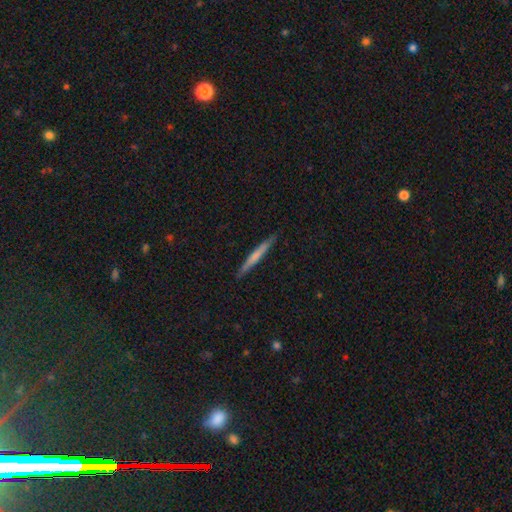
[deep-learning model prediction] Smooth or featured?
  - smooth: 58% *
  - featured or disk: 37%
  - star or artifact: 5%
How rounded?
  - cigar-shaped: 96% *
  - in between: 2%
  - round: 1%
Merging?
  - none: 90% *
  - minor disturbance: 7%
  - major disturbance: 1%
  - merger: 1%